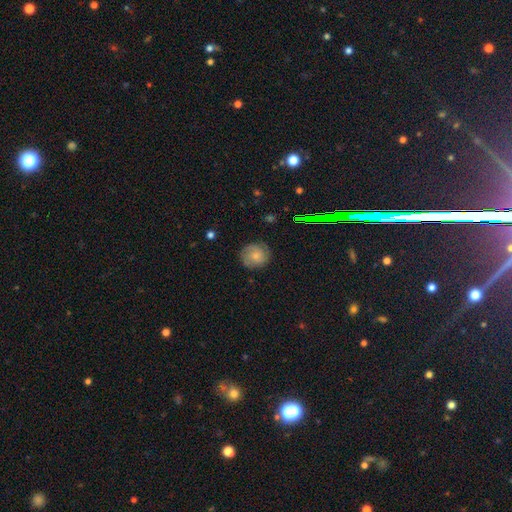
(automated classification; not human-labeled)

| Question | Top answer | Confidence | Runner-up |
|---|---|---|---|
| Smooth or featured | smooth | 57% | featured or disk (34%) |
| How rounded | round | 87% | in between (12%) |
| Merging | none | 79% | minor disturbance (15%) |